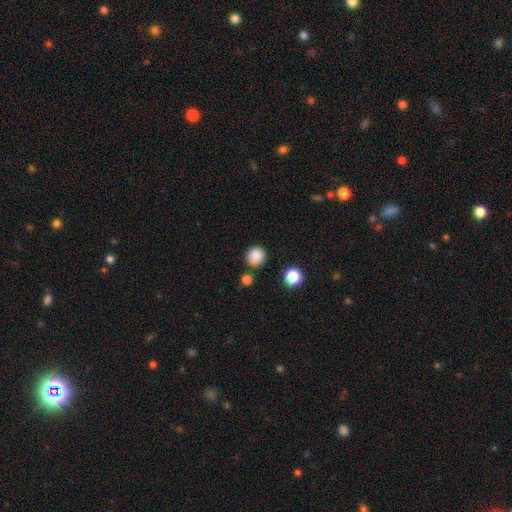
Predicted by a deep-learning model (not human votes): The model was most divided on "merging": none: 83%, minor disturbance: 10%, merger: 4%, major disturbance: 3%. More confident: how rounded — round (89%); smooth or featured — smooth (86%).